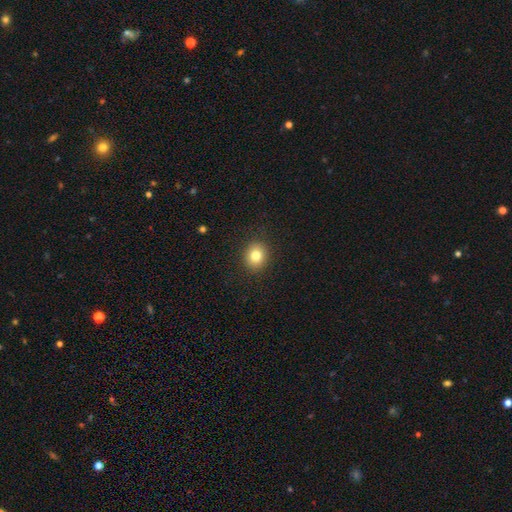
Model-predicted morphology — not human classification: Smooth or featured?
  - smooth: 81% *
  - star or artifact: 11%
  - featured or disk: 8%
How rounded?
  - round: 71% *
  - in between: 28%
  - cigar-shaped: 1%
Merging?
  - none: 90% *
  - minor disturbance: 7%
  - major disturbance: 2%
  - merger: 1%